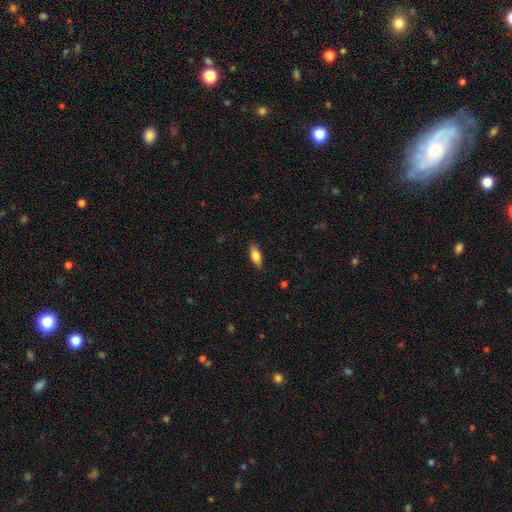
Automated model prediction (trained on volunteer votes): Smooth or featured?
  - smooth: 74% *
  - featured or disk: 19%
  - star or artifact: 7%
How rounded?
  - in between: 75% *
  - cigar-shaped: 22%
  - round: 3%
Merging?
  - none: 88% *
  - minor disturbance: 9%
  - major disturbance: 2%
  - merger: 1%